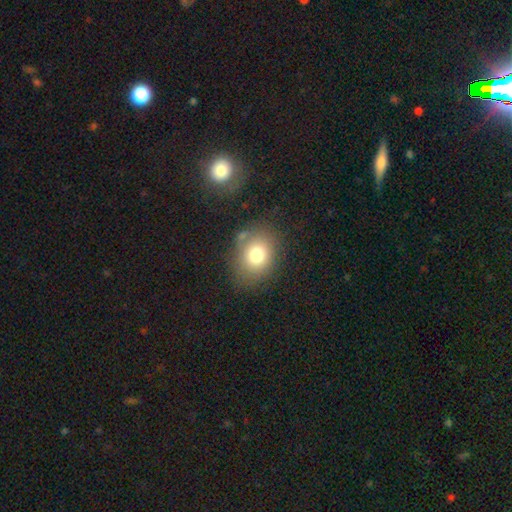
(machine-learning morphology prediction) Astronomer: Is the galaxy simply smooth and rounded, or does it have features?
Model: smooth — 73%.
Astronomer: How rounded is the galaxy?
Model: round — 54% (runner-up: in between, 45%).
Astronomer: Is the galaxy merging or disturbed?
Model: none — 77%.